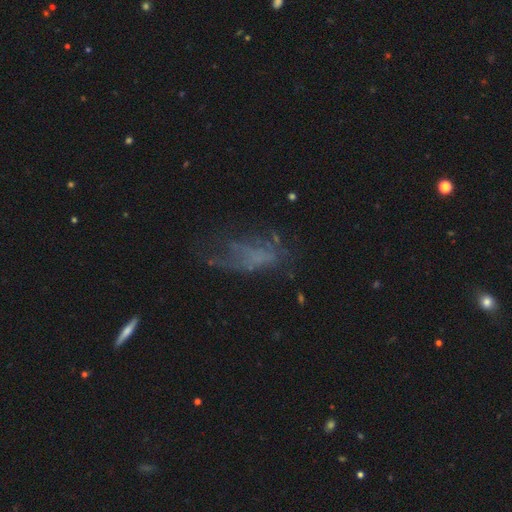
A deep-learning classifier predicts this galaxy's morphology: smooth_or_featured: featured or disk (p=0.44) [alt: smooth p=0.35]
merging: none (p=0.38) [alt: major disturbance p=0.36]